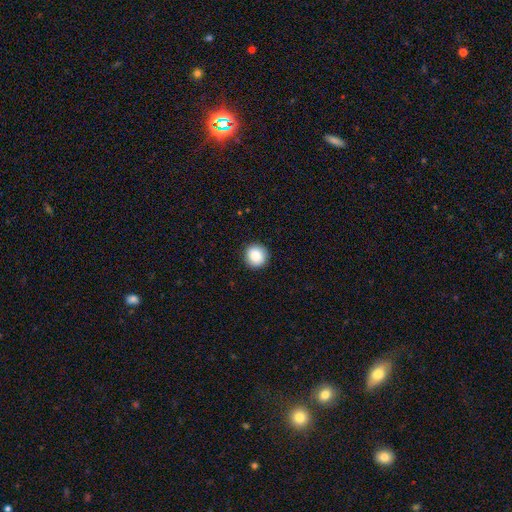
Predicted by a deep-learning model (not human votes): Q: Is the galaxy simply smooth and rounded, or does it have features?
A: smooth — 87%.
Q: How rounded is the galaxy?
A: round — 93%.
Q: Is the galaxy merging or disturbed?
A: none — 92%.